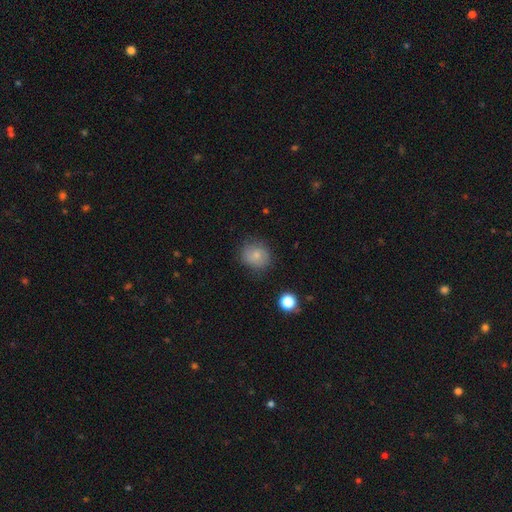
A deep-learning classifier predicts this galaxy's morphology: Overall: smooth (77%). How rounded: round (78%). Merging: none (73%).